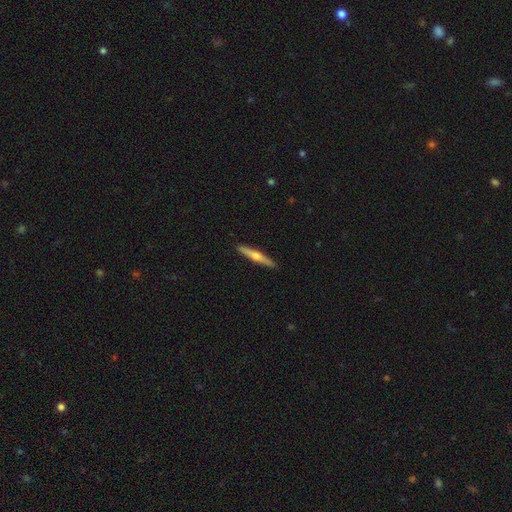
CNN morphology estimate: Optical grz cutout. It shows a featured or disk galaxy (55%) viewed edge-on (97%) with a rounded central bulge (85%). Merging: none (91%).